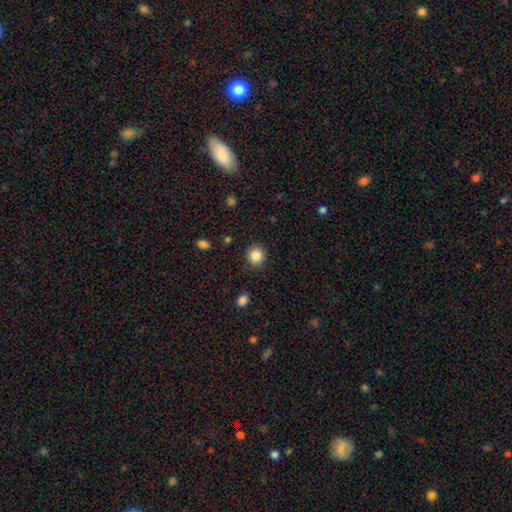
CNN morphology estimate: smooth 85%, star or artifact 10%, featured or disk 5%. Down the decision tree: how rounded — round (89%); merging — none (89%).